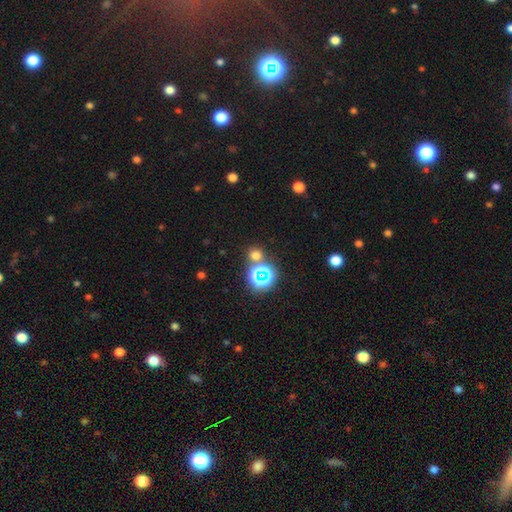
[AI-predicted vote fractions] Q: Smooth or featured?
A: smooth (57%); runner-up: star or artifact (36%)
Q: How rounded?
A: round (87%); runner-up: in between (12%)
Q: Merging?
A: none (74%); runner-up: merger (16%)